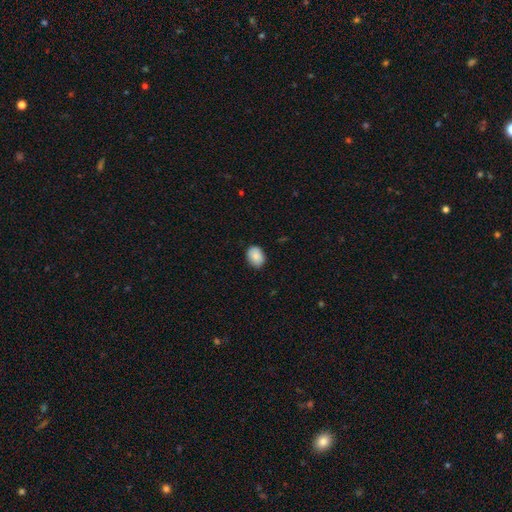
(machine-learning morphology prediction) A smooth galaxy with no disk features (87%) that is in between round and cigar-shaped (69%).

Vote fractions:
- Smooth or featured? smooth: 87% / star or artifact: 7% / featured or disk: 5%
- How rounded? in between: 69% / round: 30% / cigar-shaped: 1%
- Merging? none: 85% / minor disturbance: 12% / major disturbance: 2% / merger: 1%